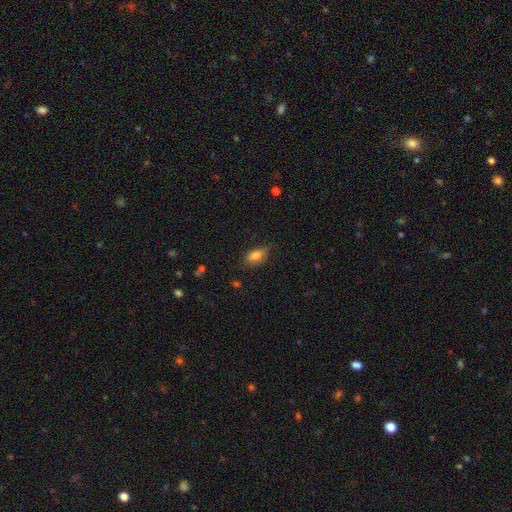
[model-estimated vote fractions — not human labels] This appears to be a smooth galaxy with no disk features (80%) that is in between round and cigar-shaped (85%). Merging: none (73%).